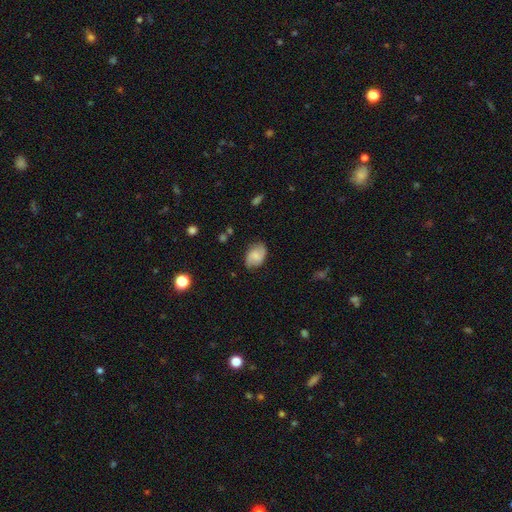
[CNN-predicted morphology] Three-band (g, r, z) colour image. It shows a featured or disk galaxy (46%). Merging: none (73%).